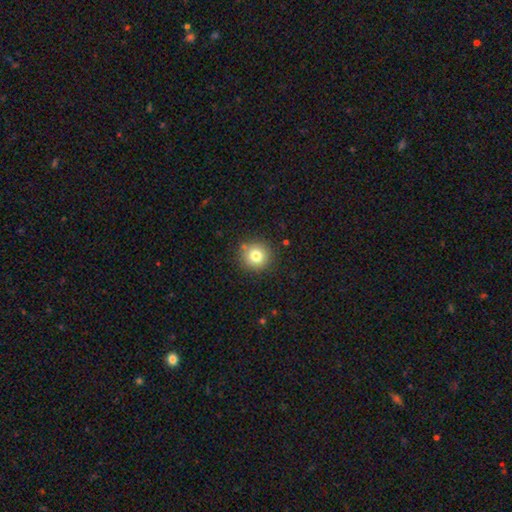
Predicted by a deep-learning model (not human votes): A smooth galaxy with no disk features (79%) that is round (93%). Merging: none (88%).